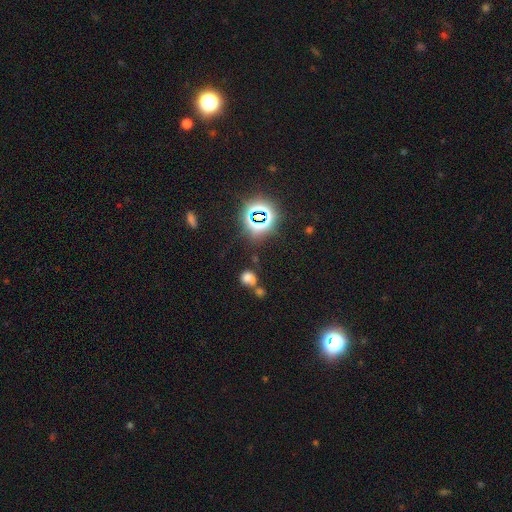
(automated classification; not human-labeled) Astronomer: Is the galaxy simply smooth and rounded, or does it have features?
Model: star or artifact — 74%.